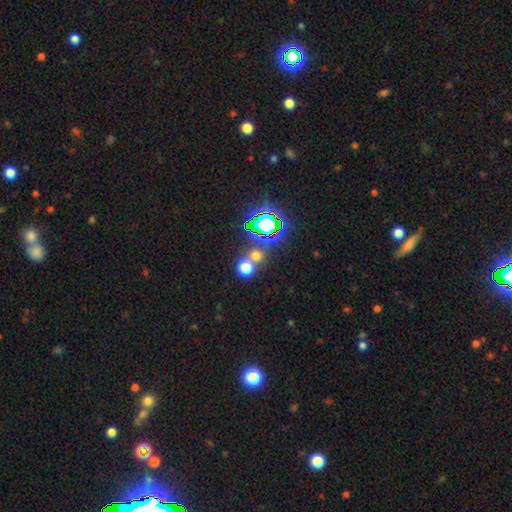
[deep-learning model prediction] The model was most divided on "smooth or featured": smooth: 55%, star or artifact: 37%, featured or disk: 8%. More confident: how rounded — round (85%); merging — none (59%).